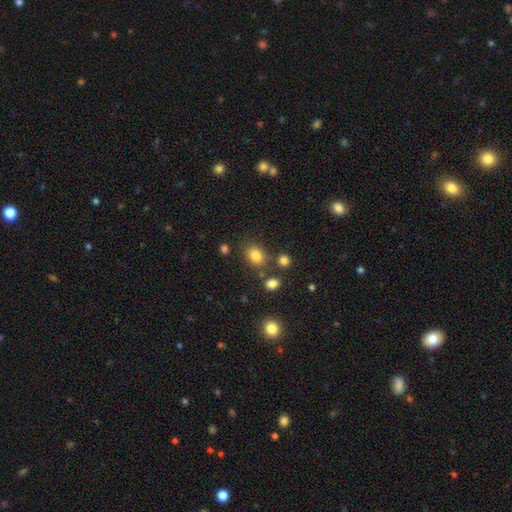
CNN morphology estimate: smooth 81%, star or artifact 12%, featured or disk 7%. Down the decision tree: how rounded — in between (60%); merging — none (72%).